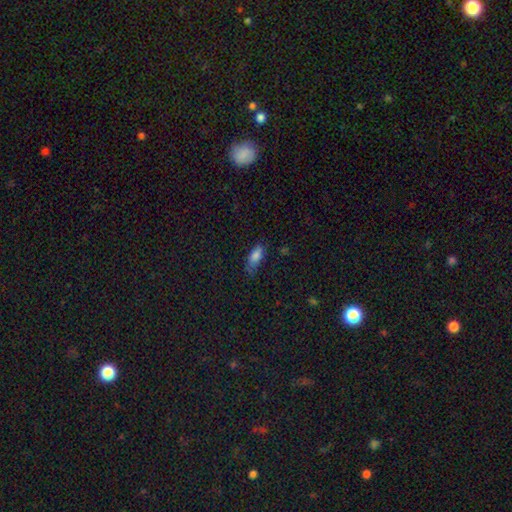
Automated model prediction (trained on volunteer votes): Smooth or featured: smooth — 82% (featured or disk — 9%)
How rounded: in between — 81% (cigar-shaped — 17%)
Merging: none — 60% (minor disturbance — 30%)